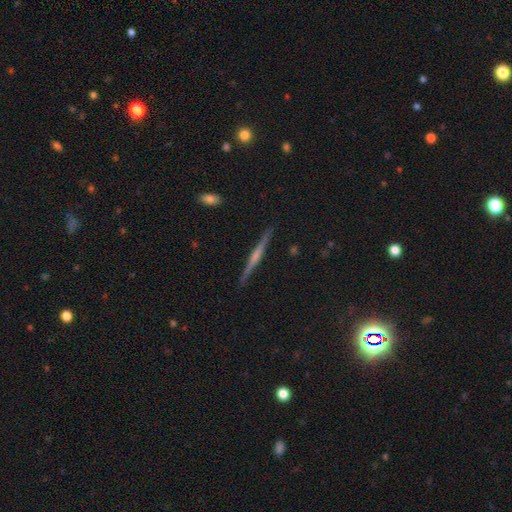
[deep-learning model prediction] smooth-or-featured: featured or disk: 66% | smooth: 20% | star or artifact: 14%
  disk-edge-on: yes: 96% | no: 4%
    edge-on-bulge: rounded: 72% | none: 19% | boxy: 9%
  merging: none: 89% | minor disturbance: 7% | major disturbance: 2% | merger: 2%